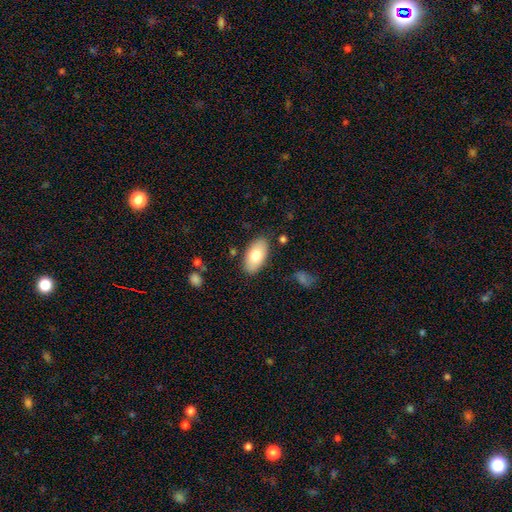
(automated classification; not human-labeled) Smooth or featured?
  - smooth: 75% *
  - featured or disk: 18%
  - star or artifact: 6%
How rounded?
  - in between: 95% *
  - round: 3%
  - cigar-shaped: 2%
Merging?
  - none: 85% *
  - minor disturbance: 11%
  - major disturbance: 2%
  - merger: 2%